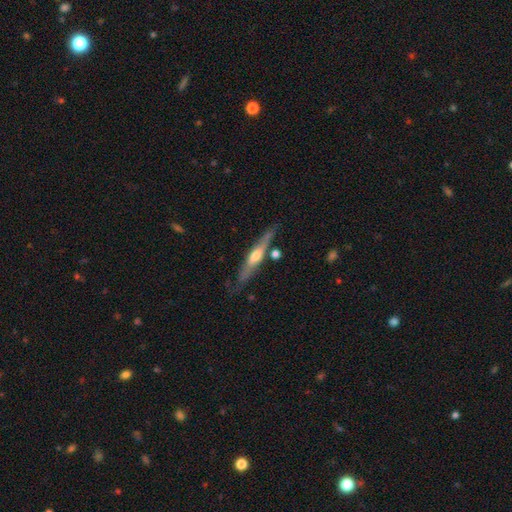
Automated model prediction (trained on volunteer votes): A featured or disk galaxy (63%) viewed edge-on (91%) with a rounded central bulge (81%). Merging: none (75%).